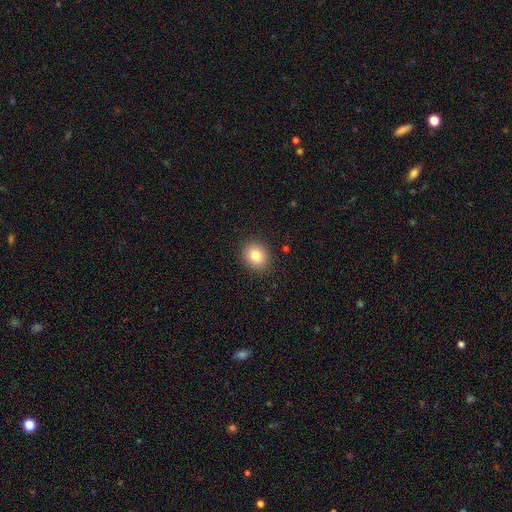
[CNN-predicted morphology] type=smooth (82%); roundness=round (71%); merging=none (90%).